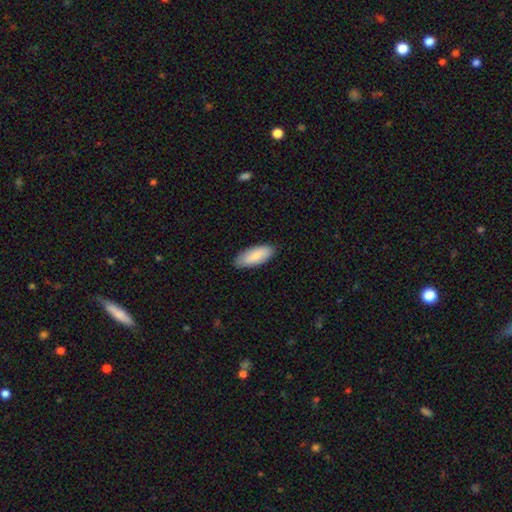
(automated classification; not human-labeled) Q: Smooth or featured?
A: smooth (85%); runner-up: featured or disk (10%)
Q: How rounded?
A: in between (78%); runner-up: cigar-shaped (20%)
Q: Merging?
A: none (87%); runner-up: minor disturbance (11%)